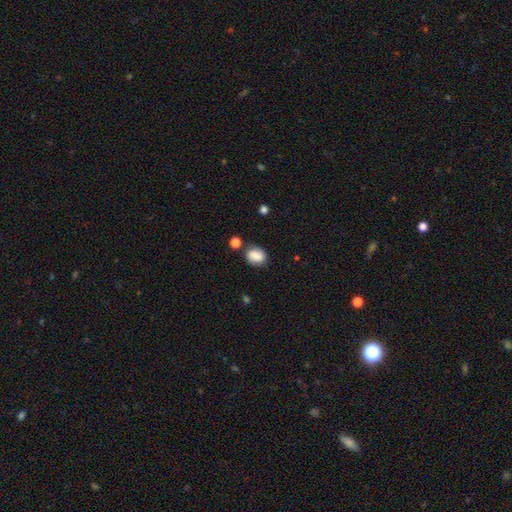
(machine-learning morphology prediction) smooth-or-featured: smooth: 82% | star or artifact: 9% | featured or disk: 9%
  how-rounded: in between: 58% | round: 41% | cigar-shaped: 1%
  merging: none: 69% | minor disturbance: 18% | merger: 9% | major disturbance: 5%